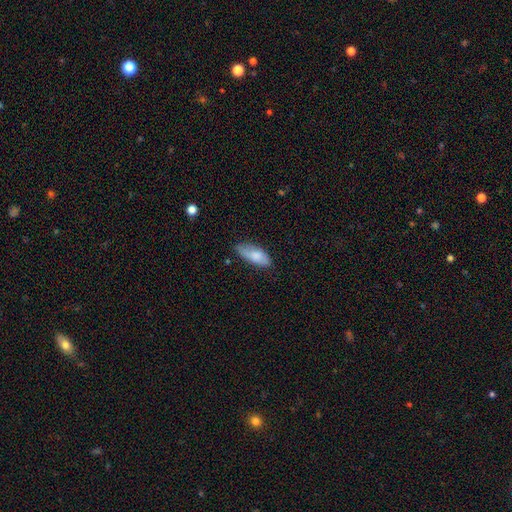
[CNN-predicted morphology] smooth-or-featured: smooth: 79% | featured or disk: 15% | star or artifact: 6%
  how-rounded: in between: 79% | cigar-shaped: 19% | round: 2%
  merging: none: 69% | minor disturbance: 25% | major disturbance: 5% | merger: 2%